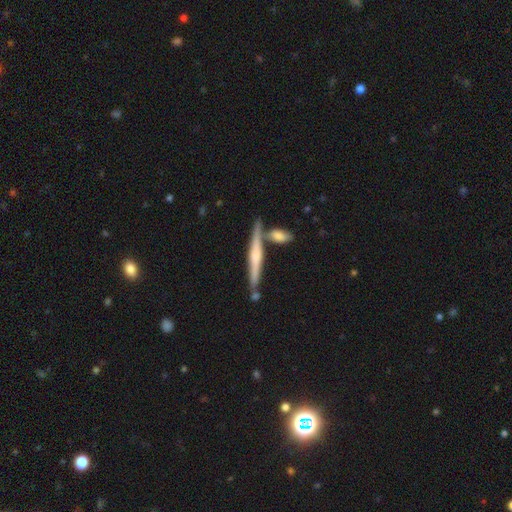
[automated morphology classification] The model was most divided on "smooth or featured": featured or disk: 64%, smooth: 30%, star or artifact: 6%. More confident: edge-on disk — yes (97%); merging — none (73%); edge-on bulge — rounded (61%).